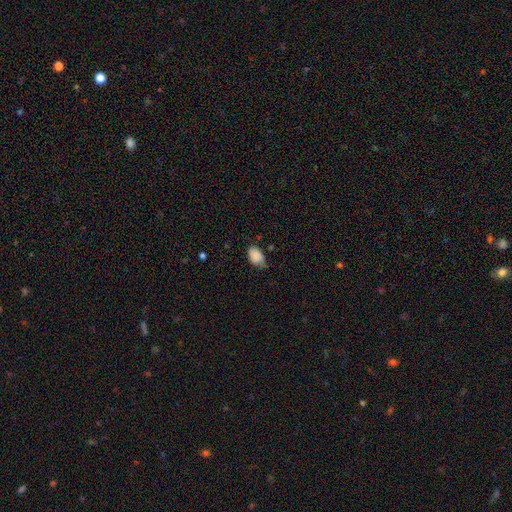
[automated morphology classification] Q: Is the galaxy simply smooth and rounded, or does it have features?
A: smooth — 87%.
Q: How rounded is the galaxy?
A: in between — 86%.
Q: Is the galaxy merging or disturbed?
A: none — 54%.